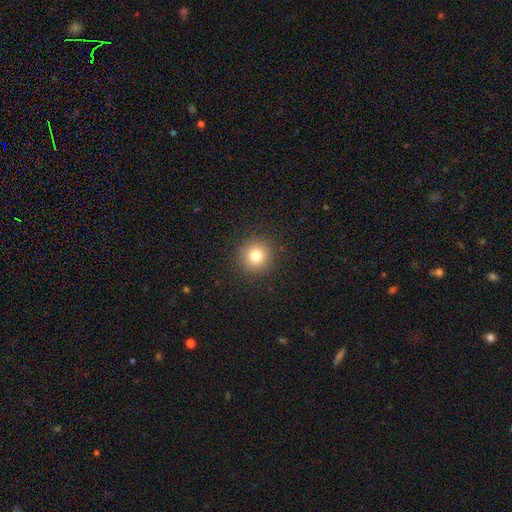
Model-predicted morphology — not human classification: Smooth or featured: smooth — 79% (star or artifact — 12%)
How rounded: round — 93% (in between — 6%)
Merging: none — 91% (minor disturbance — 6%)